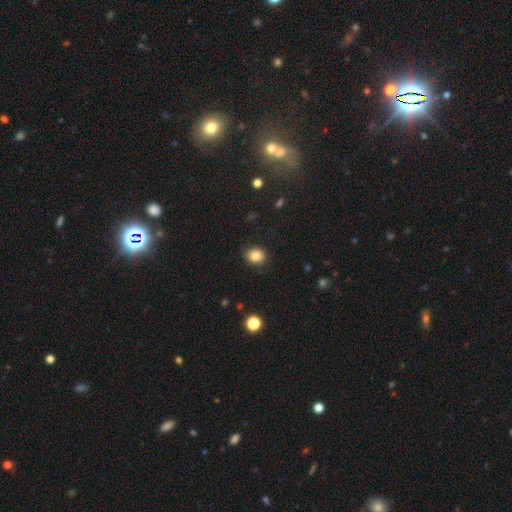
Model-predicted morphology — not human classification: A smooth galaxy with no disk features (84%) that is round (71%).

Vote fractions:
- Smooth or featured? smooth: 84% / star or artifact: 10% / featured or disk: 6%
- How rounded? round: 71% / in between: 28% / cigar-shaped: 1%
- Merging? none: 89% / minor disturbance: 8% / major disturbance: 2% / merger: 1%